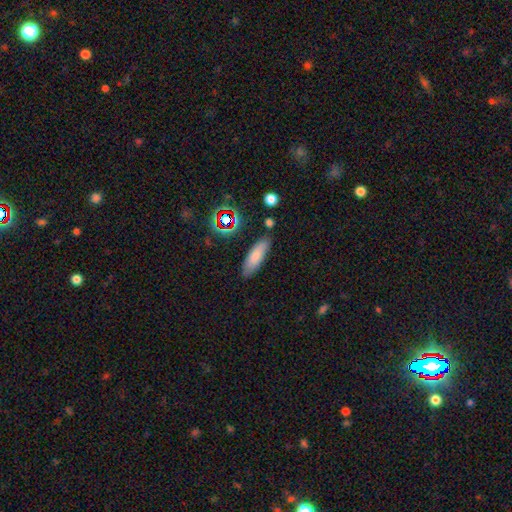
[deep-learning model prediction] Morphology: type=smooth (76%); roundness=in between (53%); merging=none (82%).